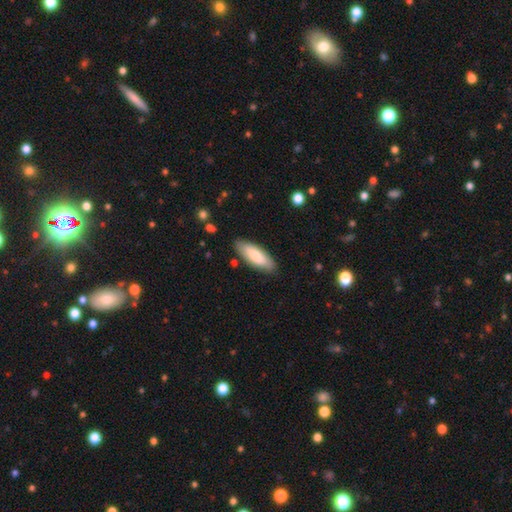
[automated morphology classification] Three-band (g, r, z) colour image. It shows a smooth galaxy with no disk features (77%) that is in between round and cigar-shaped (66%). Merging: none (85%).